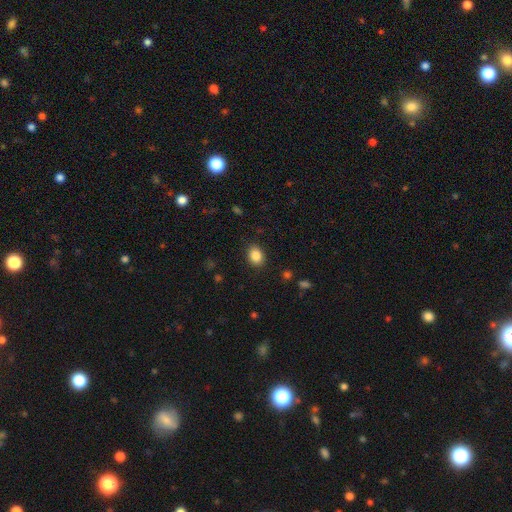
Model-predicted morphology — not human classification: smooth 86%, star or artifact 9%, featured or disk 4%. Down the decision tree: how rounded — in between (61%); merging — none (87%).